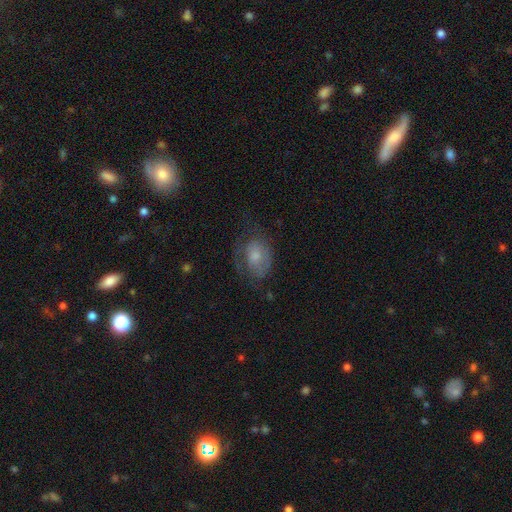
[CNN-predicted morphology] Overall: smooth (47%; featured or disk 44%). Merging: none (48%; major disturbance 26%).